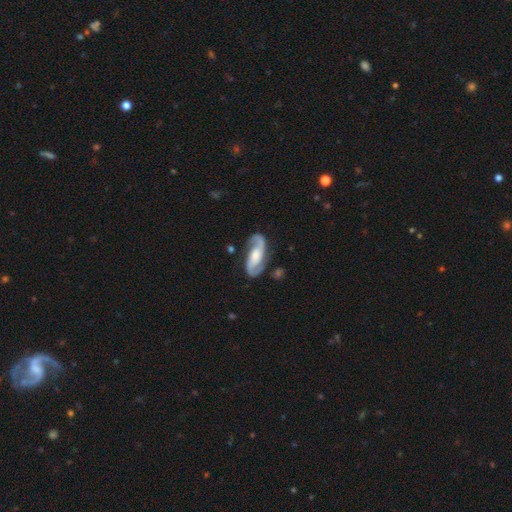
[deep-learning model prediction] A featured or disk galaxy (89%) with no bar (41%), 2 (93%) medium (51%) spiral arms (97%) and a moderate central bulge (46%). Merging: none (78%).